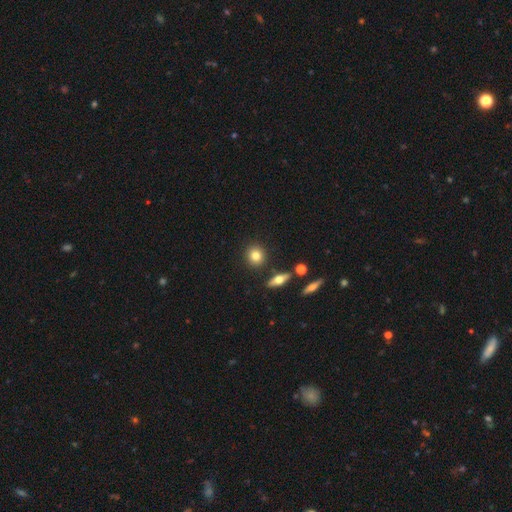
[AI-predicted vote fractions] The model was most divided on "smooth or featured": smooth: 80%, featured or disk: 11%, star or artifact: 9%. More confident: merging — none (86%); how rounded — round (85%).